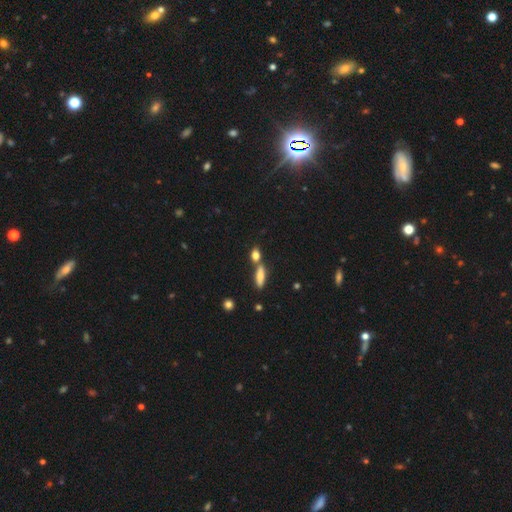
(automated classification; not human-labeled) Q: Smooth or featured?
A: smooth (75%); runner-up: featured or disk (14%)
Q: How rounded?
A: in between (59%); runner-up: round (22%)
Q: Merging?
A: none (50%); runner-up: merger (37%)